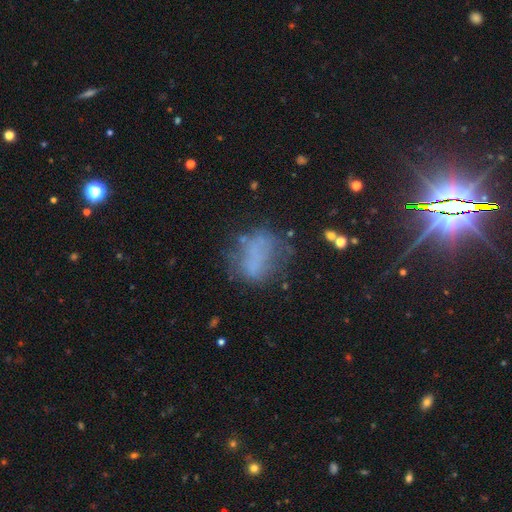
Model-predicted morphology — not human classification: This is possibly a smooth galaxy (53%). How rounded: likely in between (67%). Merging: possibly none (45%).